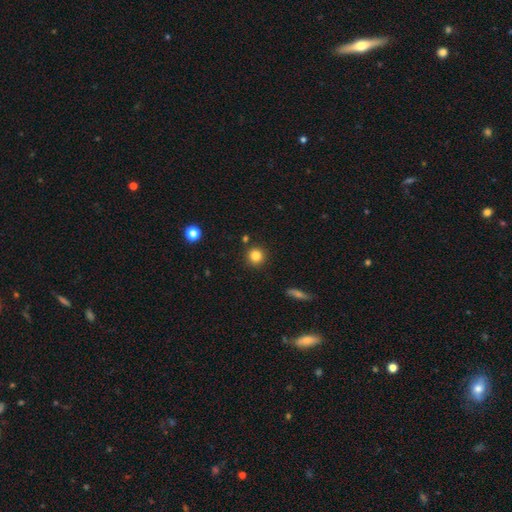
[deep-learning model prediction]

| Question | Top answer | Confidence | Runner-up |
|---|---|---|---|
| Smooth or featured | smooth | 83% | star or artifact (11%) |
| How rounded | round | 93% | in between (6%) |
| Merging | none | 87% | minor disturbance (7%) |